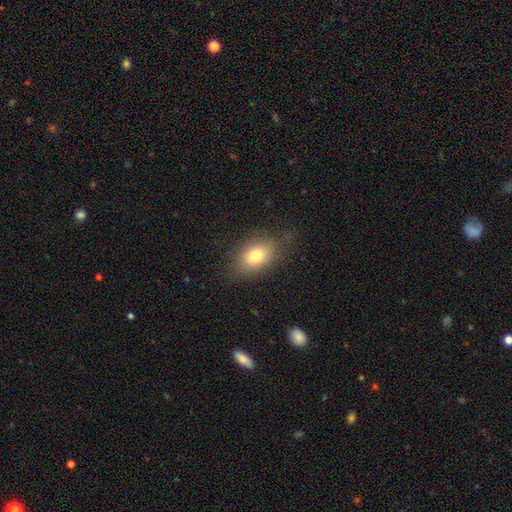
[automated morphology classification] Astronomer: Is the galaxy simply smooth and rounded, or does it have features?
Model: smooth — 77%.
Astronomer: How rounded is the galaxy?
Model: in between — 80%.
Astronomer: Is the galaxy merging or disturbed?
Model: none — 79%.